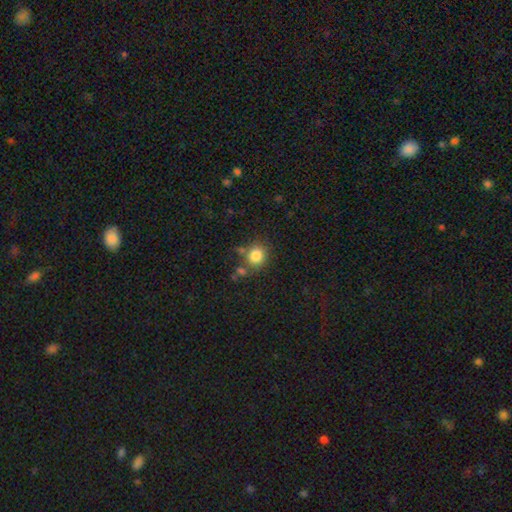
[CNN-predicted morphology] type=smooth (82%); roundness=round (81%); merging=none (69%).